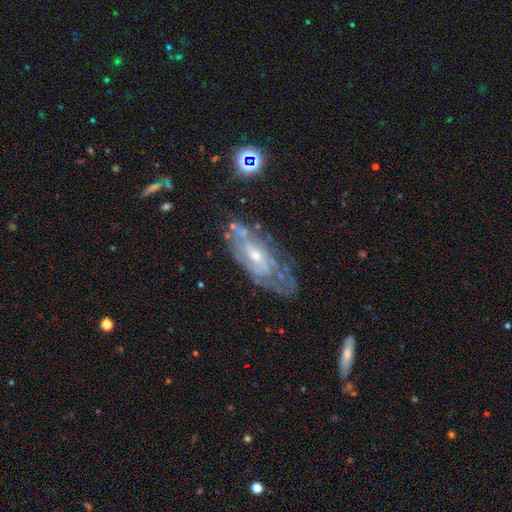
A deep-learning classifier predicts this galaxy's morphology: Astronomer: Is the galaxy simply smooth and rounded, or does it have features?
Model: featured or disk — 77%.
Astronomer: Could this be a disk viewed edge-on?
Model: no — 87%.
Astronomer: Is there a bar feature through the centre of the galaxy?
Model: no — 59%.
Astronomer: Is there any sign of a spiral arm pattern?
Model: yes — 79%.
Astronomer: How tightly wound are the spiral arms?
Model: tight — 60%.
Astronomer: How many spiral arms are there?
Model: can't tell — 62%.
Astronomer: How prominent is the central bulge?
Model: small — 48% (runner-up: moderate, 45%).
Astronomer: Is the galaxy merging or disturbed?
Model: none — 60%.